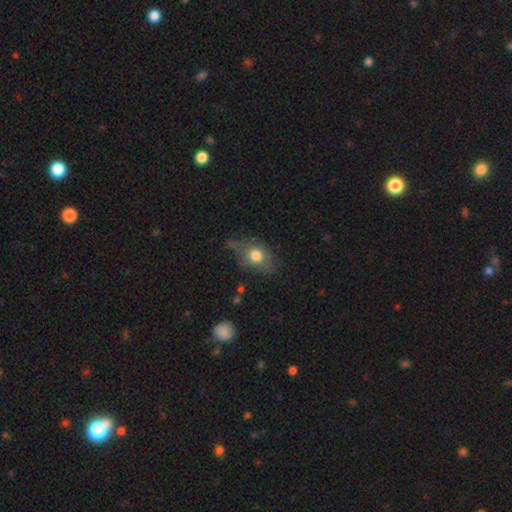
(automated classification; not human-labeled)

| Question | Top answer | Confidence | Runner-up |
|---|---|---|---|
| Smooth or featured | smooth | 68% | featured or disk (23%) |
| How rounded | in between | 68% | round (29%) |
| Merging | none | 48% | minor disturbance (31%) |